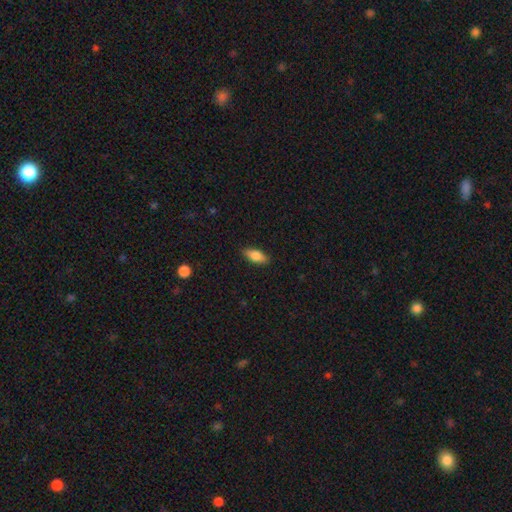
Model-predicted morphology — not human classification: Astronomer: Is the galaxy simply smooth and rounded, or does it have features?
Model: smooth — 81%.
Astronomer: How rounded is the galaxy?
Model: in between — 80%.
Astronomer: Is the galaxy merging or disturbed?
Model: none — 87%.